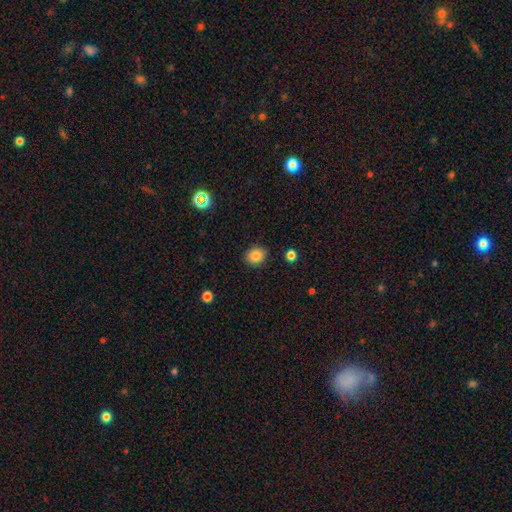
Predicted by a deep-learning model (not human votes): This is clearly a smooth galaxy (85%). How rounded: likely round (79%). Merging: clearly none (88%).